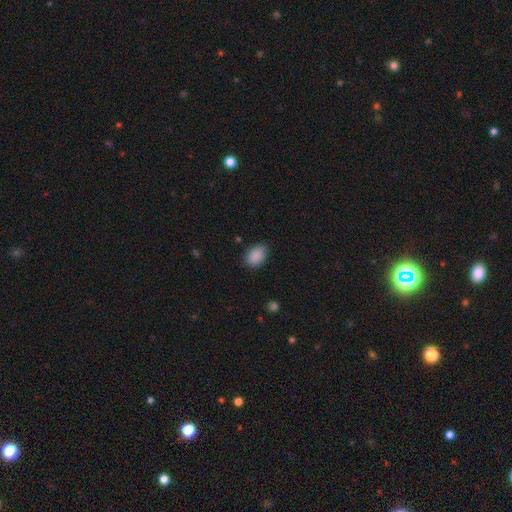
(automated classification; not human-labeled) Smooth or featured? Predicted: smooth (p=0.89). How rounded? Predicted: in between (p=0.80). Merging? Predicted: none (p=0.82).